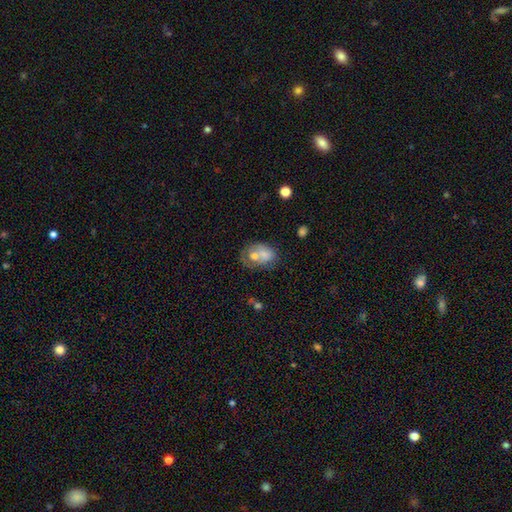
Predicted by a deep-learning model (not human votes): Smooth or featured? Predicted: smooth (p=0.50). How rounded? Predicted: in between (p=0.62). Merging? Predicted: merger (p=0.46).